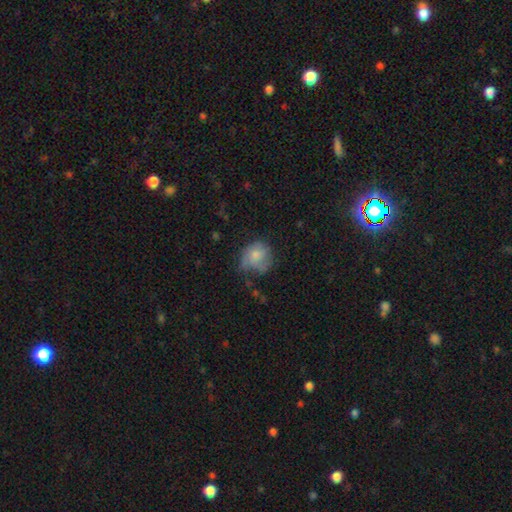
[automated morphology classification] Overall: smooth (68%). How rounded: round (72%). Merging: none (41%; minor disturbance 35%).